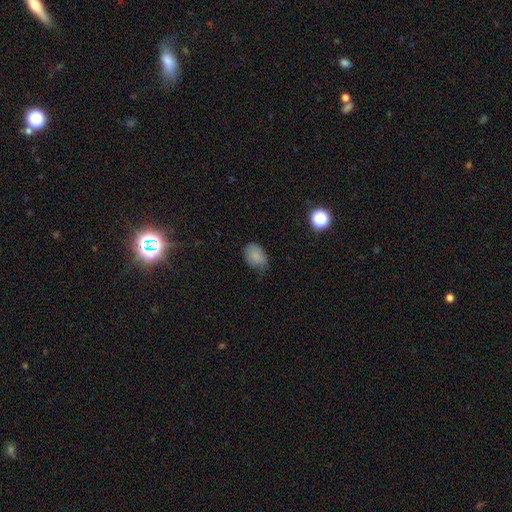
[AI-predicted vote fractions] Q: Smooth or featured?
A: smooth (83%); runner-up: star or artifact (10%)
Q: How rounded?
A: in between (81%); runner-up: round (18%)
Q: Merging?
A: none (60%); runner-up: minor disturbance (32%)